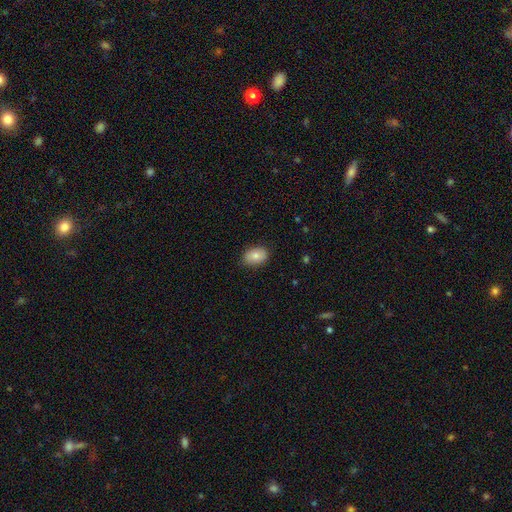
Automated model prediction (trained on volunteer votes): smooth 81%, featured or disk 12%, star or artifact 7%. Down the decision tree: how rounded — in between (83%); merging — none (84%).